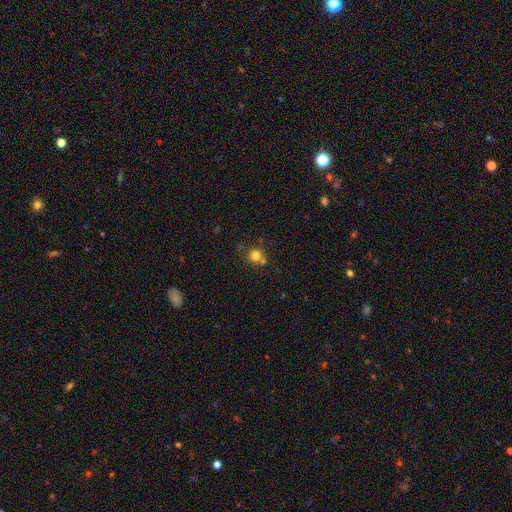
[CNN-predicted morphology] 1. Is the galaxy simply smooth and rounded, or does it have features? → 78% smooth, 14% star or artifact, 9% featured or disk.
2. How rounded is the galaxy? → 90% round, 9% in between, 1% cigar-shaped.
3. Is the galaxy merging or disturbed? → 61% none, 25% merger, 10% minor disturbance, 4% major disturbance.